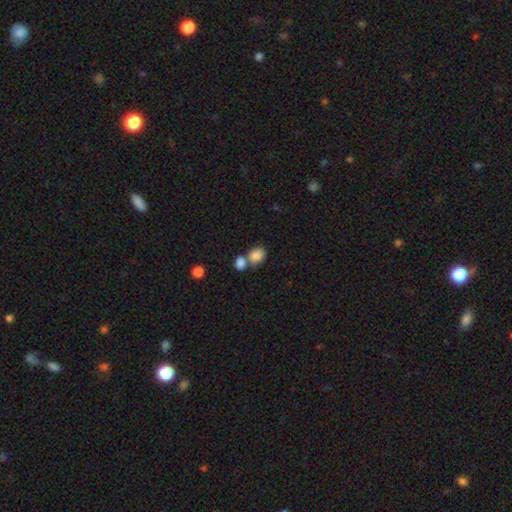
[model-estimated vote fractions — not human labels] Morphology: type=smooth (85%); roundness=round (55%); merging=merger (46%).